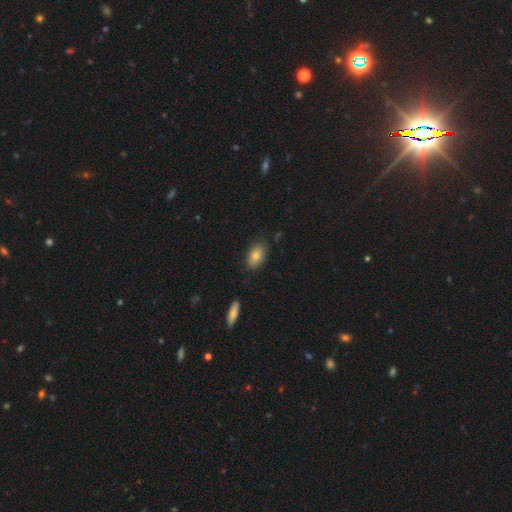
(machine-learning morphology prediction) The model was most divided on "smooth or featured": smooth: 77%, featured or disk: 14%, star or artifact: 9%. More confident: how rounded — in between (90%); merging — none (81%).